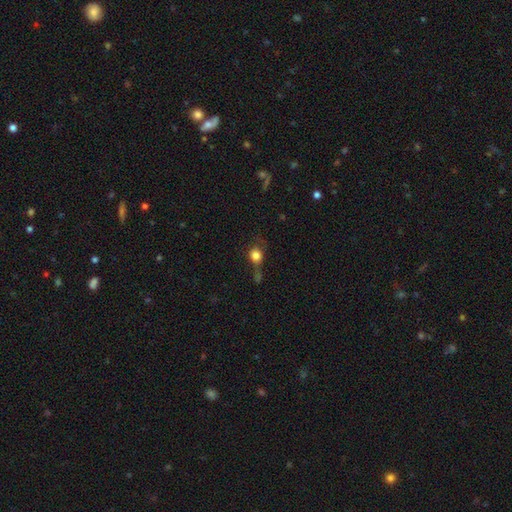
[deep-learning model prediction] Smooth or featured: smooth — 78% (star or artifact — 11%)
How rounded: round — 75% (in between — 23%)
Merging: none — 41% (merger — 20%)